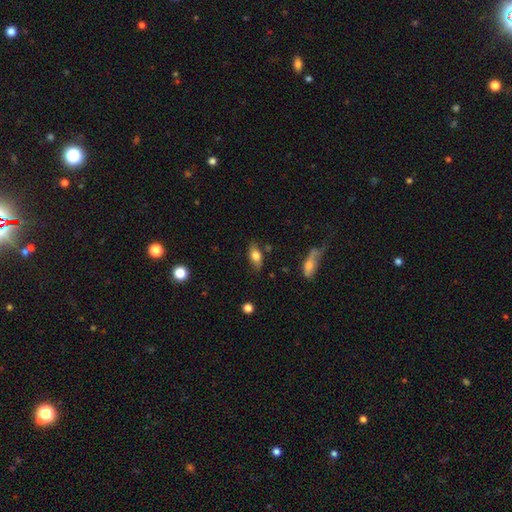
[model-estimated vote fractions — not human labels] Smooth or featured?
  - smooth: 73% *
  - featured or disk: 19%
  - star or artifact: 8%
How rounded?
  - in between: 85% *
  - cigar-shaped: 9%
  - round: 6%
Merging?
  - none: 74% *
  - minor disturbance: 19%
  - major disturbance: 4%
  - merger: 3%